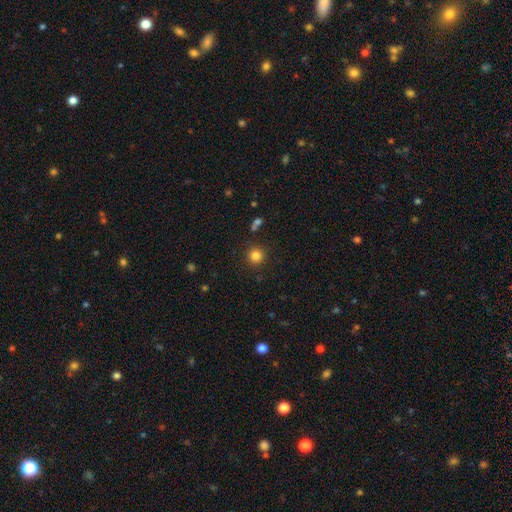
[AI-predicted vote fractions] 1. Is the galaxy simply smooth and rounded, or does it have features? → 82% smooth, 13% star or artifact, 5% featured or disk.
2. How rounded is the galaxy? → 93% round, 6% in between, 1% cigar-shaped.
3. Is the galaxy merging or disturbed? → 88% none, 7% minor disturbance, 3% merger, 2% major disturbance.